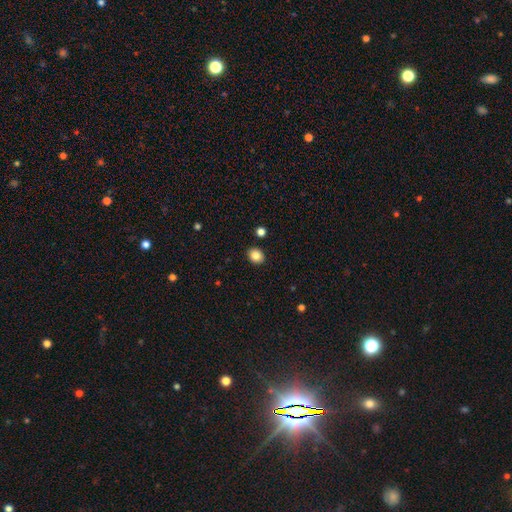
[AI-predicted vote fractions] This is clearly a smooth galaxy (84%). How rounded: possibly round (60%). Merging: clearly none (90%).